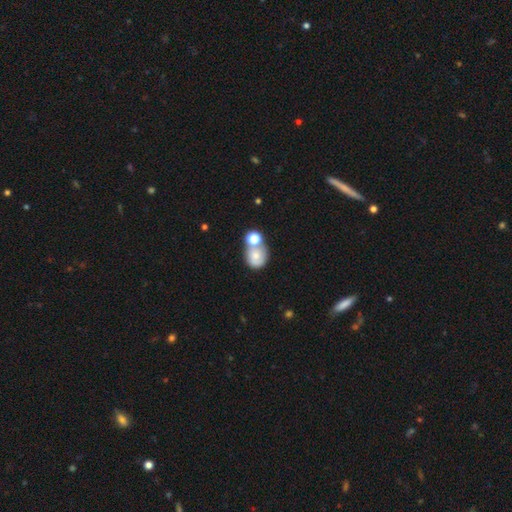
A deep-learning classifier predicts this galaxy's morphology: This is likely a smooth galaxy (66%). How rounded: likely round (64%). Merging: marginally merger (44%).